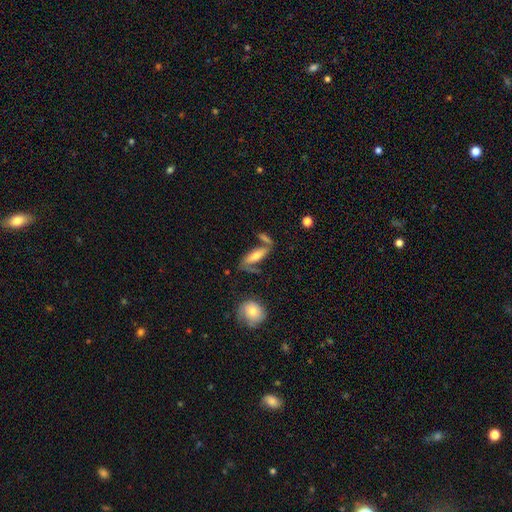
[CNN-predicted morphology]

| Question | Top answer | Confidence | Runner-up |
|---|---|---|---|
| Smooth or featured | featured or disk | 51% | smooth (42%) |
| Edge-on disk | no | 52% | yes (48%) |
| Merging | none | 55% | minor disturbance (19%) |